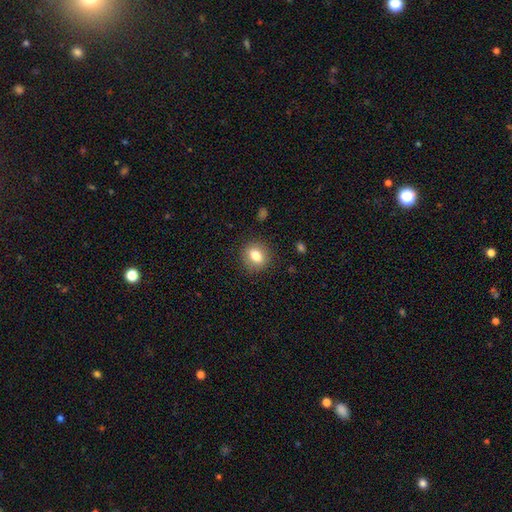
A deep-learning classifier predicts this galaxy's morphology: Smooth or featured: smooth — 80% (featured or disk — 10%)
How rounded: round — 59% (in between — 39%)
Merging: none — 87% (minor disturbance — 9%)